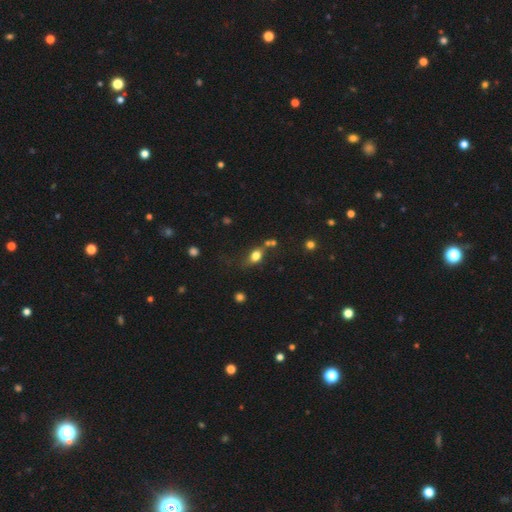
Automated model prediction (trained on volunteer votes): This is likely a smooth galaxy (74%). How rounded: likely in between (65%). Merging: possibly none (52%).